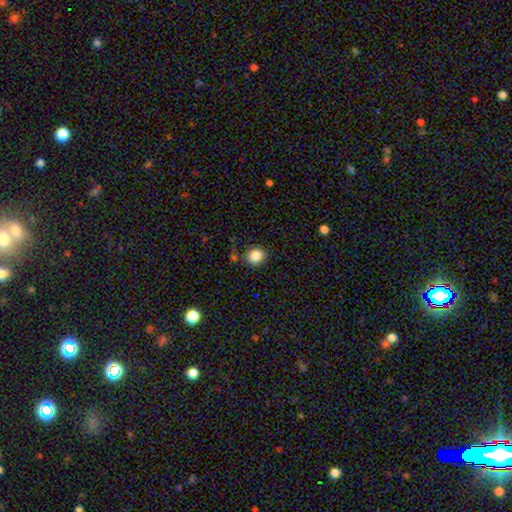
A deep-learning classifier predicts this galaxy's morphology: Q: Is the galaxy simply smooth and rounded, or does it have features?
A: smooth — 85%.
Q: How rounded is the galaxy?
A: round — 79%.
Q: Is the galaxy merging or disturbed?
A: none — 82%.